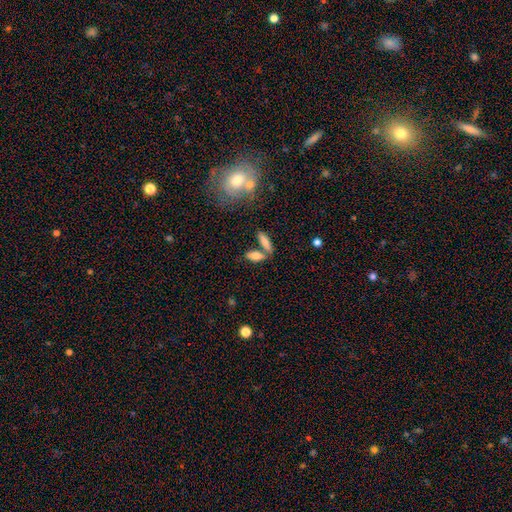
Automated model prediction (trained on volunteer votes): smooth-or-featured: smooth: 76% | featured or disk: 16% | star or artifact: 8%
  how-rounded: in between: 59% | cigar-shaped: 38% | round: 3%
  merging: none: 55% | merger: 30% | minor disturbance: 11% | major disturbance: 4%